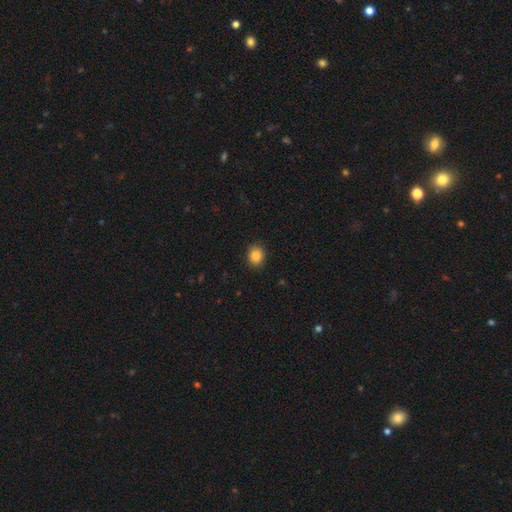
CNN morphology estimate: This is clearly a smooth galaxy (85%). How rounded: likely round (74%). Merging: clearly none (91%).